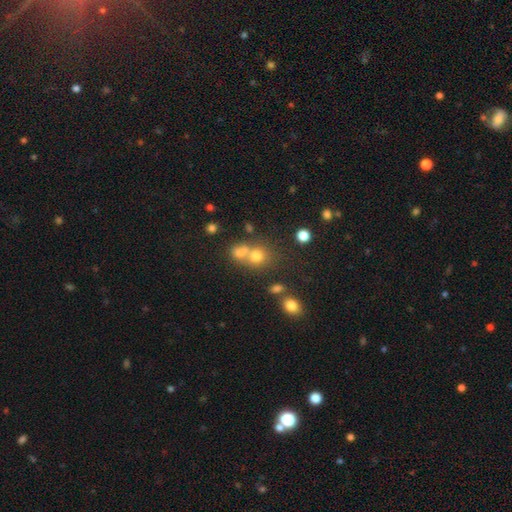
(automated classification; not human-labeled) This appears to be a smooth galaxy with no disk features (68%) that is round (79%). Merging: merger (49%).